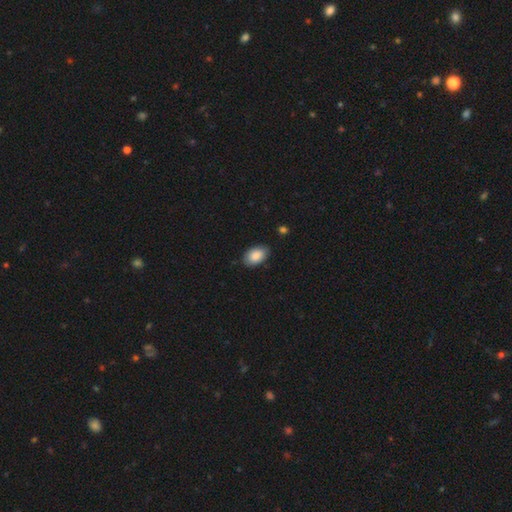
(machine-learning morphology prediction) smooth-or-featured: smooth: 87% | star or artifact: 6% | featured or disk: 6%
  how-rounded: in between: 92% | round: 7% | cigar-shaped: 1%
  merging: none: 83% | minor disturbance: 13% | major disturbance: 2% | merger: 1%